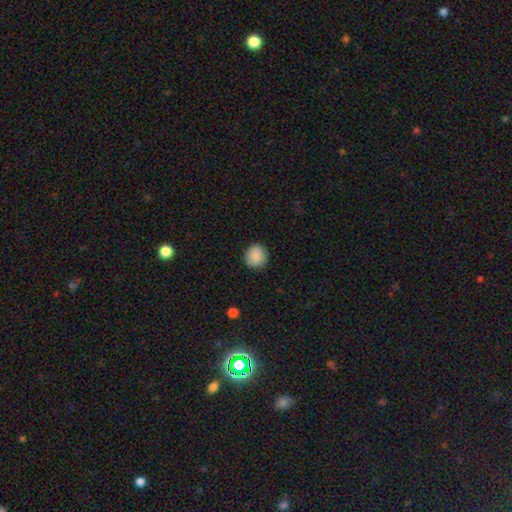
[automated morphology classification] This appears to be a smooth galaxy with no disk features (87%) that is round (89%). Merging: none (87%).